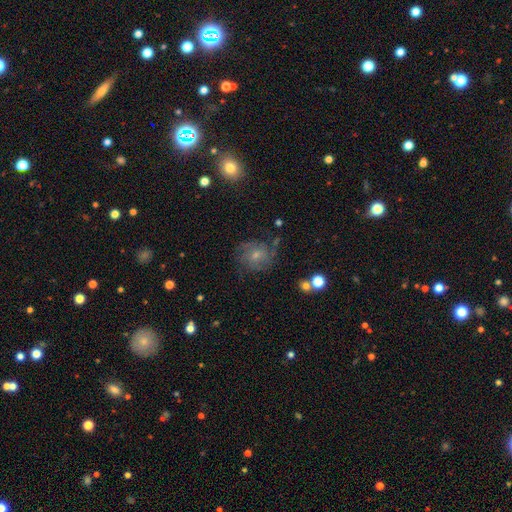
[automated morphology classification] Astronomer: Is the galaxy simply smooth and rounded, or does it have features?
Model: featured or disk — 60%.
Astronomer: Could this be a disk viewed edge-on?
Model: no — 97%.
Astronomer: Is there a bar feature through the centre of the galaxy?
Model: no — 68%.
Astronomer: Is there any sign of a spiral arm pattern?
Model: yes — 89%.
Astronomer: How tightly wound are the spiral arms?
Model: tight — 52% (runner-up: medium, 37%).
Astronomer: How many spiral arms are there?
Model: can't tell — 40% (runner-up: 3, 20%).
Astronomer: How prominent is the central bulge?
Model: small — 53% (runner-up: moderate, 40%).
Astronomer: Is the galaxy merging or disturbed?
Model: none — 72%.